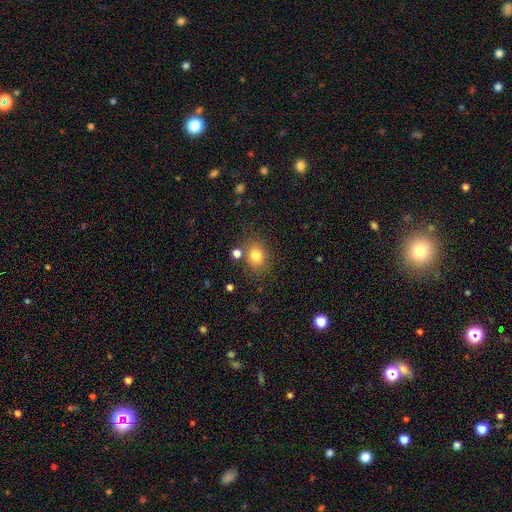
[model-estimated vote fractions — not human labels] Smooth or featured: smooth — 81% (star or artifact — 12%)
How rounded: round — 55% (in between — 44%)
Merging: none — 75% (minor disturbance — 12%)